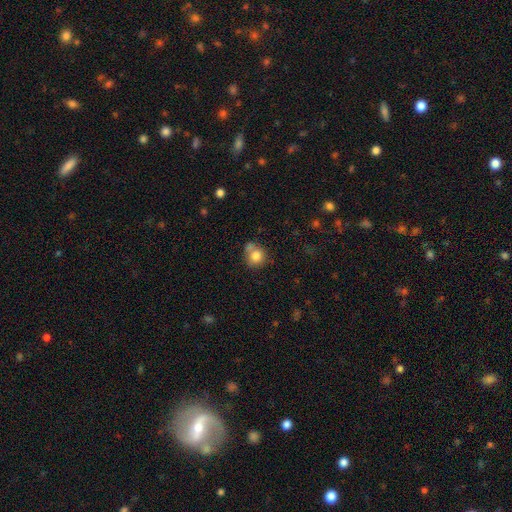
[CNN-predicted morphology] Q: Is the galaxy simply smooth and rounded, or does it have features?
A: smooth — 80%.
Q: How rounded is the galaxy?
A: round — 85%.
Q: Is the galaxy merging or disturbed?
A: none — 58%.